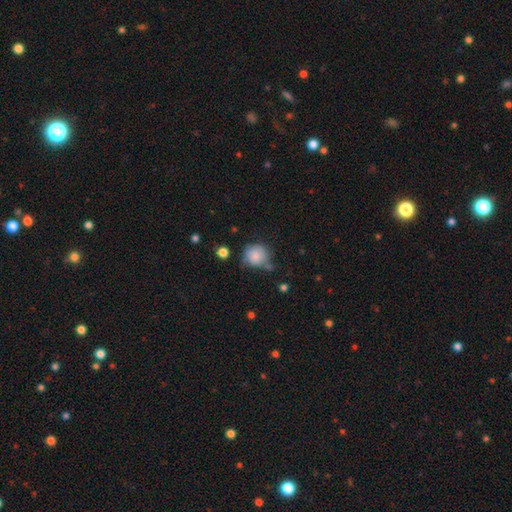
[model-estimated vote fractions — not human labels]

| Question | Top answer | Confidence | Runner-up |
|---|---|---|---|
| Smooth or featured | smooth | 83% | featured or disk (8%) |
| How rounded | round | 88% | in between (11%) |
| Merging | none | 61% | minor disturbance (25%) |